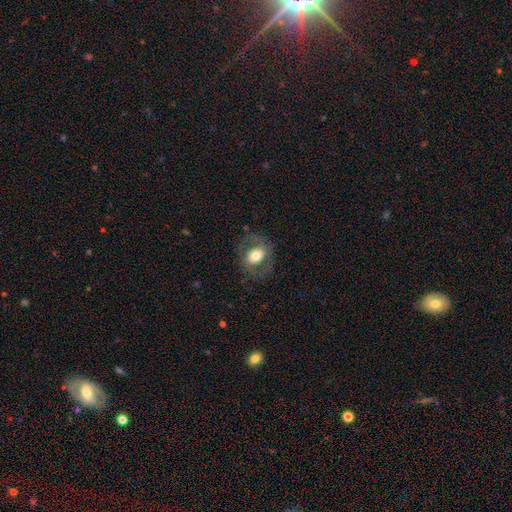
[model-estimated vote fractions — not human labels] Morphology: type=smooth (51%); roundness=in between (52%); merging=none (73%).